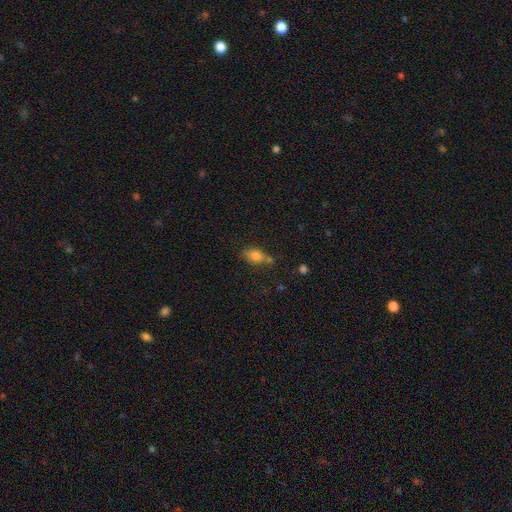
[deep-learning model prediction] A smooth galaxy with no disk features (77%) that is in between round and cigar-shaped (82%). Merging: none (59%).